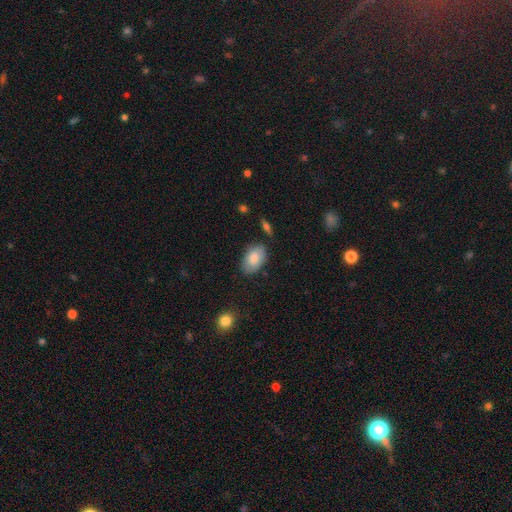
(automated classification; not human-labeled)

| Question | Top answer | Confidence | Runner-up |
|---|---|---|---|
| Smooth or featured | smooth | 76% | featured or disk (16%) |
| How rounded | in between | 90% | round (8%) |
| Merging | none | 80% | minor disturbance (15%) |